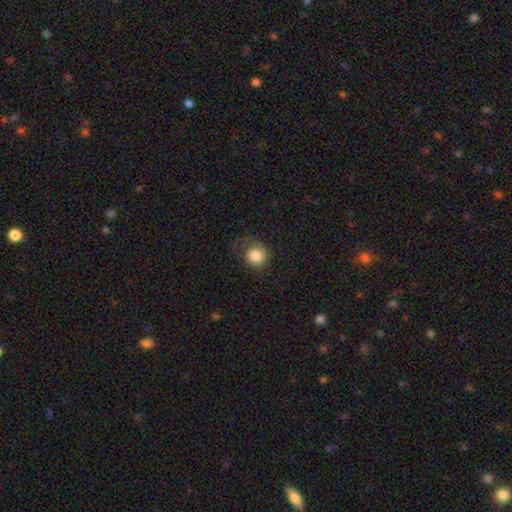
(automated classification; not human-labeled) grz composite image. It shows a smooth galaxy with no disk features (80%) that is round (78%). Merging: none (46%).